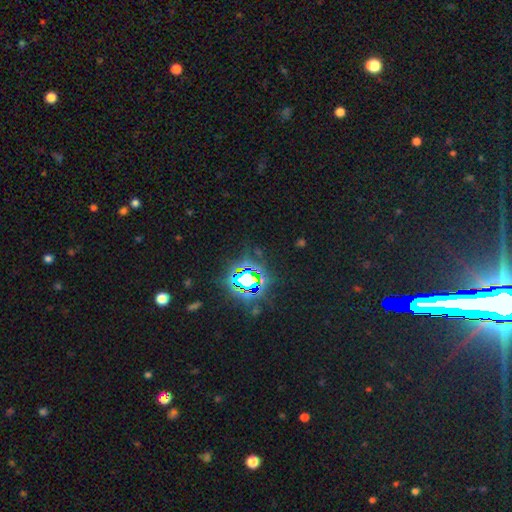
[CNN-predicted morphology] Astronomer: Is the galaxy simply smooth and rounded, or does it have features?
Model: star or artifact — 83%.